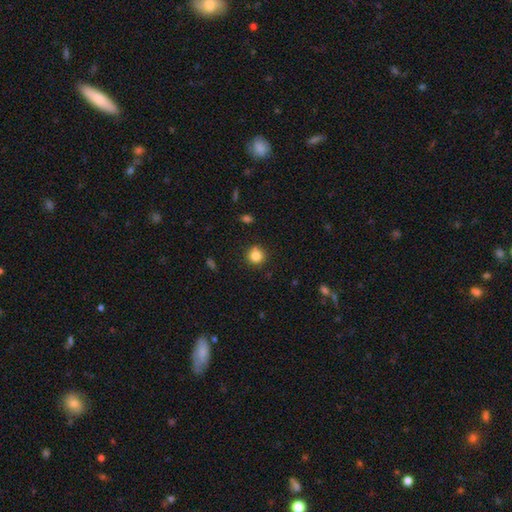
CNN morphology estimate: smooth 83%, star or artifact 11%, featured or disk 6%. Down the decision tree: how rounded — round (92%); merging — none (85%).